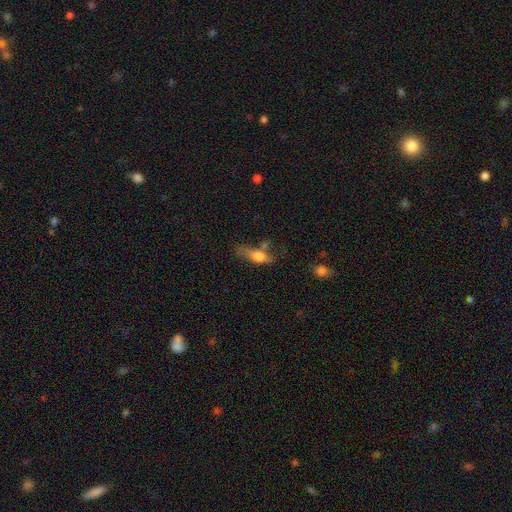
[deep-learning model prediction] A smooth galaxy with no disk features (60%) that is in between round and cigar-shaped (51%).

Vote fractions:
- Smooth or featured? smooth: 60% / featured or disk: 31% / star or artifact: 9%
- How rounded? in between: 51% / cigar-shaped: 45% / round: 5%
- Merging? none: 44% / minor disturbance: 27% / major disturbance: 16% / merger: 13%